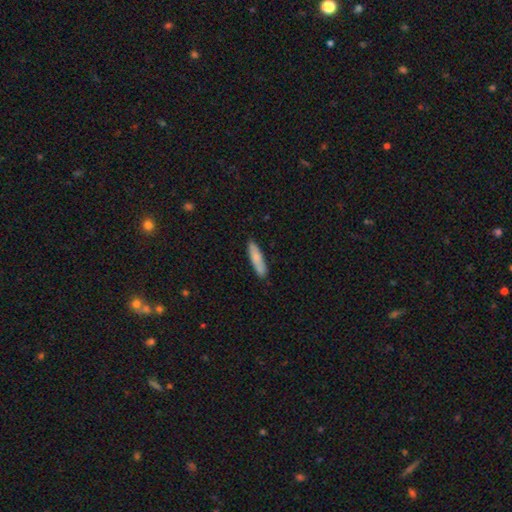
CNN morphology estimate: type=smooth (76%); roundness=cigar-shaped (80%); merging=none (87%).